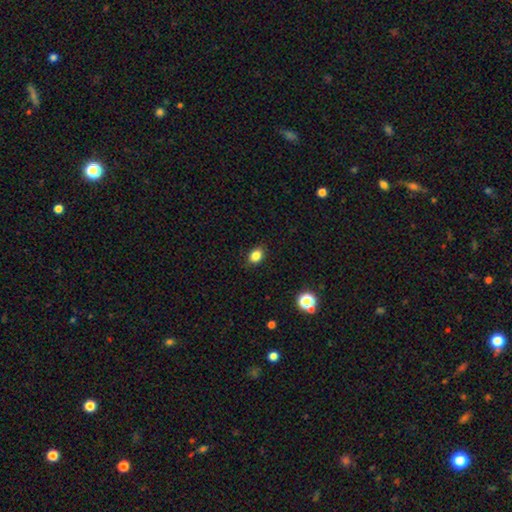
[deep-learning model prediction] smooth_or_featured: smooth (p=0.84) [alt: star or artifact p=0.11]
how_rounded: in between (p=0.66) [alt: round p=0.33]
merging: none (p=0.87) [alt: minor disturbance p=0.10]